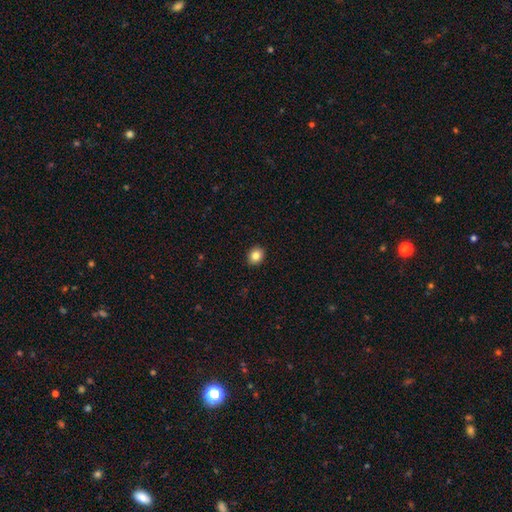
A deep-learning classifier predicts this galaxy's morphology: Smooth or featured? smooth (84%)
How rounded? round (68%)
Merging? none (92%)